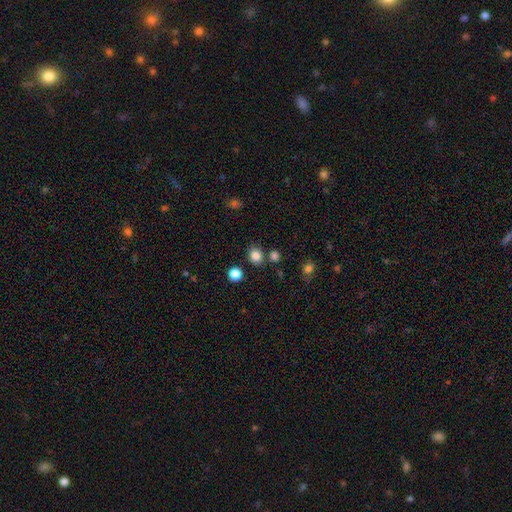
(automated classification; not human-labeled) Smooth or featured? smooth (83%)
How rounded? round (75%)
Merging? none (80%)